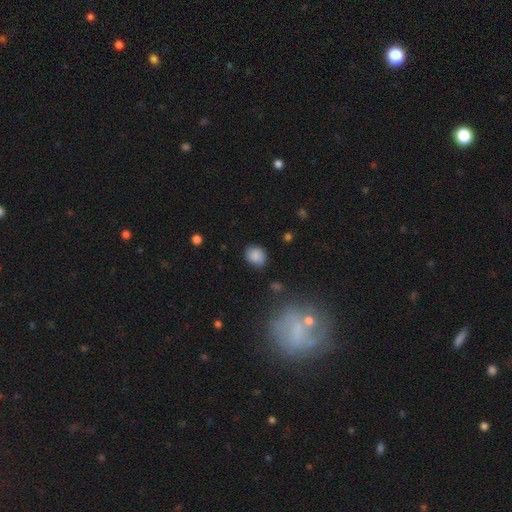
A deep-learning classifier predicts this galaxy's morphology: type=smooth (83%); roundness=round (61%); merging=none (77%).